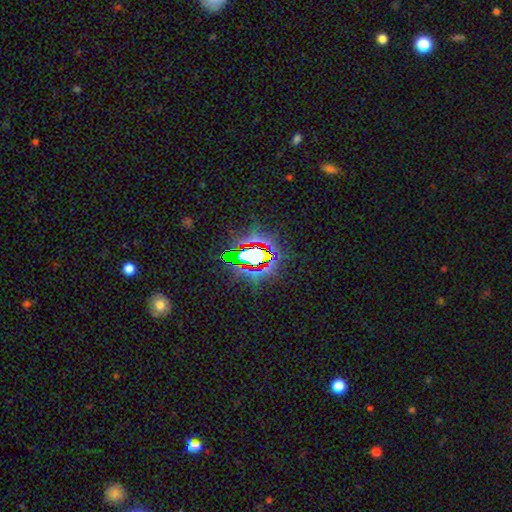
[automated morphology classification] The model was most divided on "smooth or featured": star or artifact: 72%, smooth: 16%, featured or disk: 12%.